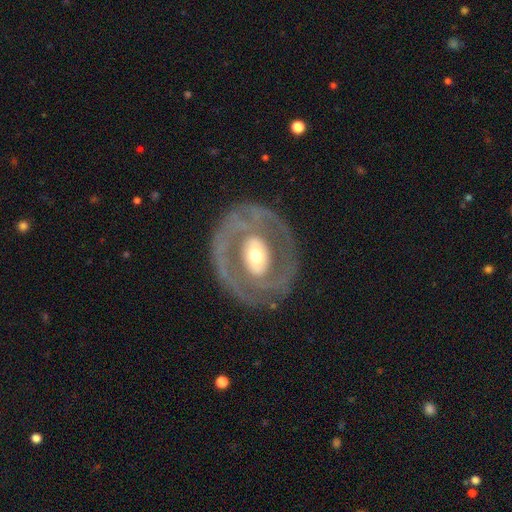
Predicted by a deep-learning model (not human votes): Smooth or featured? Predicted: featured or disk (p=0.79). Edge-on disk? Predicted: no (p=0.96). Bar? Predicted: no (p=0.42). Spiral arms? Predicted: yes (p=0.66). Spiral winding? Predicted: tight (p=0.53). Spiral arm count? Predicted: 2 (p=0.67). Bulge size? Predicted: moderate (p=0.63). Merging? Predicted: none (p=0.77).